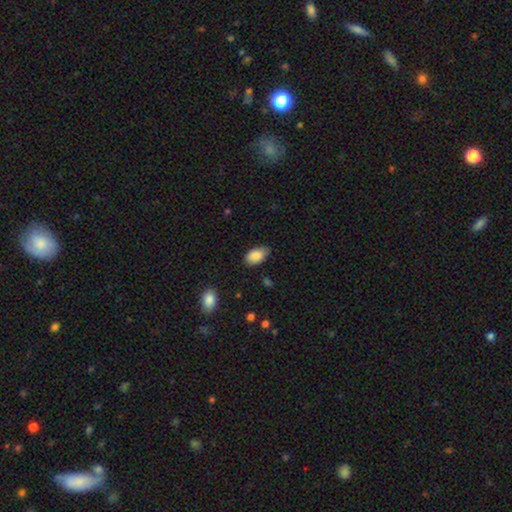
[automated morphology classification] The model was most divided on "merging": none: 71%, minor disturbance: 24%, major disturbance: 3%, merger: 1%. More confident: how rounded — in between (93%); smooth or featured — smooth (88%).